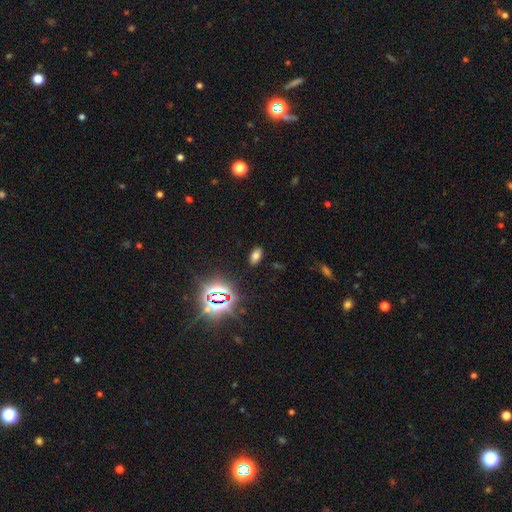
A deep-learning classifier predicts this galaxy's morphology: Smooth or featured: smooth — 64% (star or artifact — 27%)
How rounded: in between — 90% (round — 6%)
Merging: none — 88% (minor disturbance — 8%)